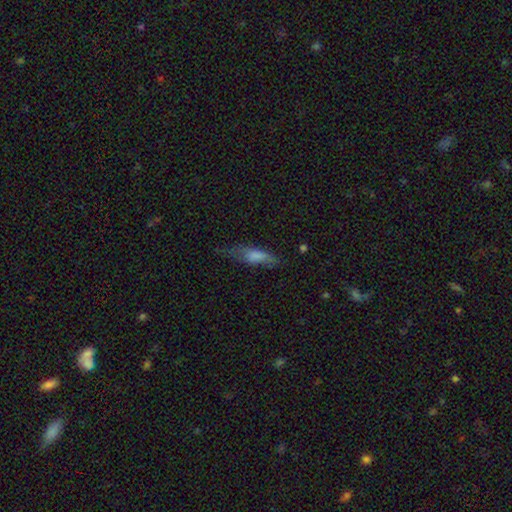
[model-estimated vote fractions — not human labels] This is likely a smooth galaxy (71%). How rounded: possibly in between (52%). Merging: marginally none (45%).